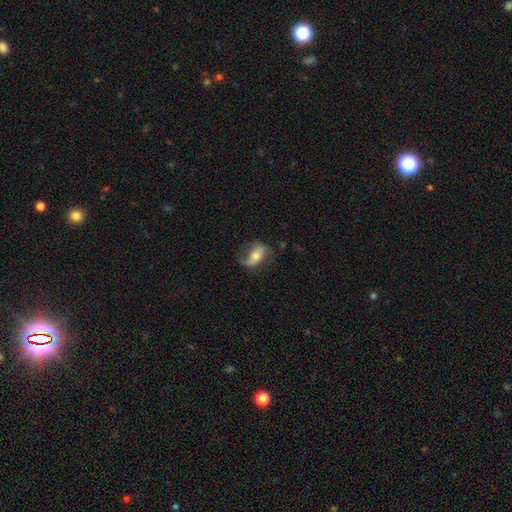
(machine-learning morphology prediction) smooth-or-featured: featured or disk: 54% | smooth: 38% | star or artifact: 7%
  disk-edge-on: no: 93% | yes: 7%
    bar: no: 46% | weak: 31% | strong: 23%
    has-spiral-arms: yes: 81% | no: 19%
    bulge-size: moderate: 61% | small: 26% | large: 9% | none: 3% | dominant: 2%
  merging: none: 53% | minor disturbance: 26% | major disturbance: 20% | merger: 2%